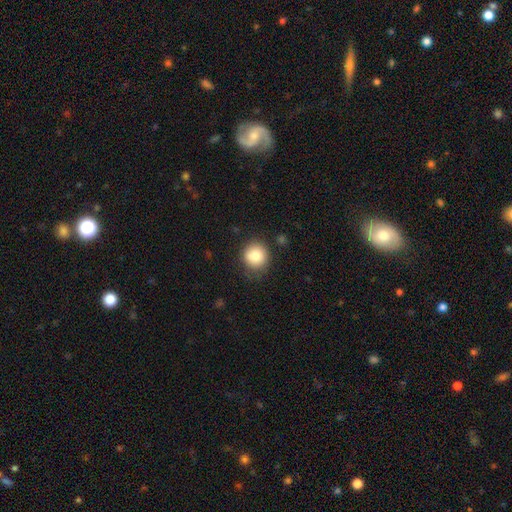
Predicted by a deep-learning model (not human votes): A smooth galaxy with no disk features (83%) that is round (90%). Merging: none (82%).